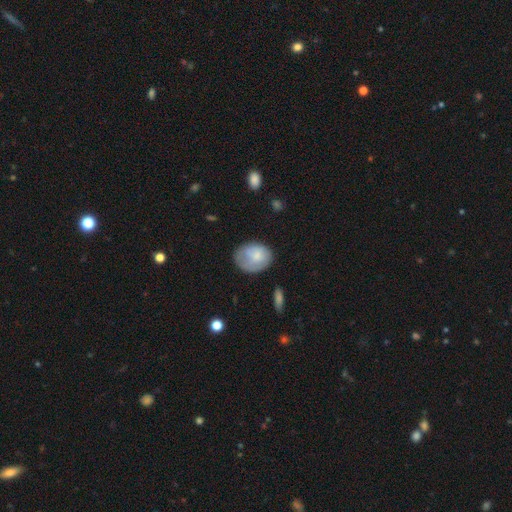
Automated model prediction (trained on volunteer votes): This appears to be a smooth galaxy with no disk features (76%) that is in between round and cigar-shaped (61%). Merging: none (53%).